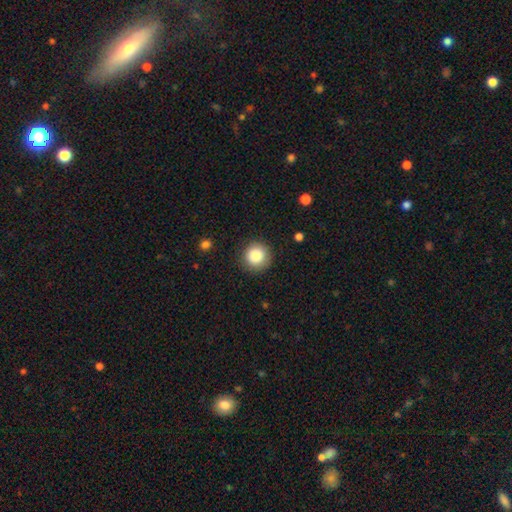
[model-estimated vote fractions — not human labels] A smooth galaxy with no disk features (86%) that is round (95%). Merging: none (89%).